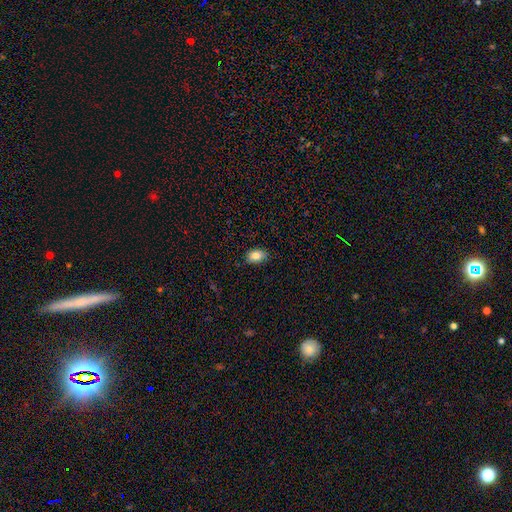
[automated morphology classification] Smooth or featured? Predicted: smooth (p=0.84). How rounded? Predicted: in between (p=0.84). Merging? Predicted: none (p=0.81).